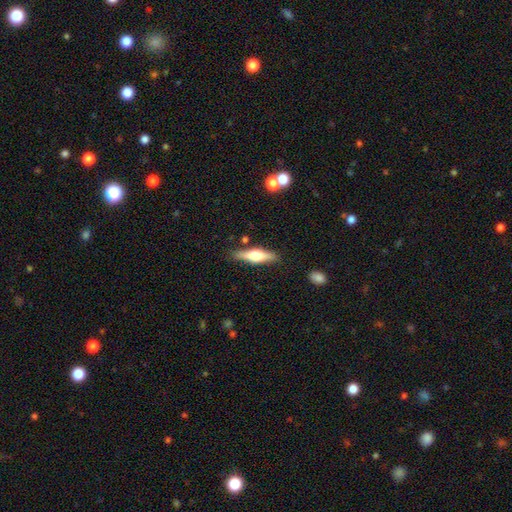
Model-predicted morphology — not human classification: The model was most divided on "smooth or featured": featured or disk: 52%, smooth: 42%, star or artifact: 6%. More confident: edge-on disk — yes (93%); merging — none (85%).